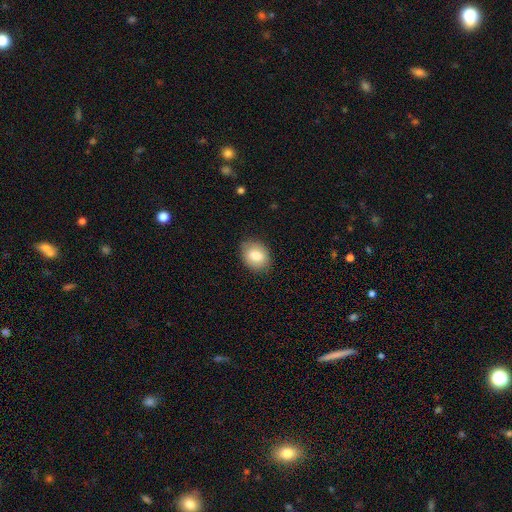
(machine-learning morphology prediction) Q: Smooth or featured?
A: smooth (79%); runner-up: featured or disk (13%)
Q: How rounded?
A: in between (59%); runner-up: round (40%)
Q: Merging?
A: none (86%); runner-up: minor disturbance (11%)